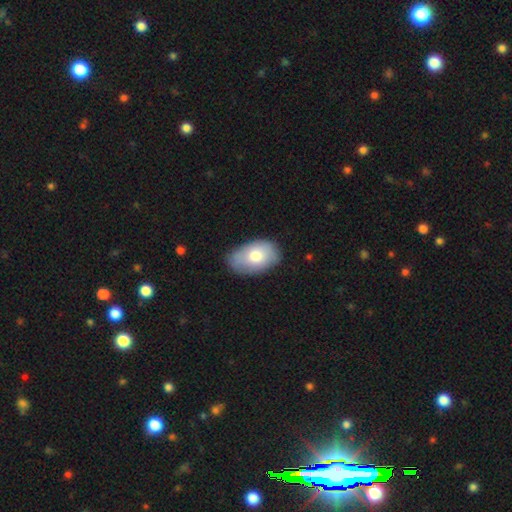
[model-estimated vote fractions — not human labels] Q: Smooth or featured?
A: smooth (74%); runner-up: featured or disk (20%)
Q: How rounded?
A: in between (92%); runner-up: round (7%)
Q: Merging?
A: none (73%); runner-up: minor disturbance (21%)